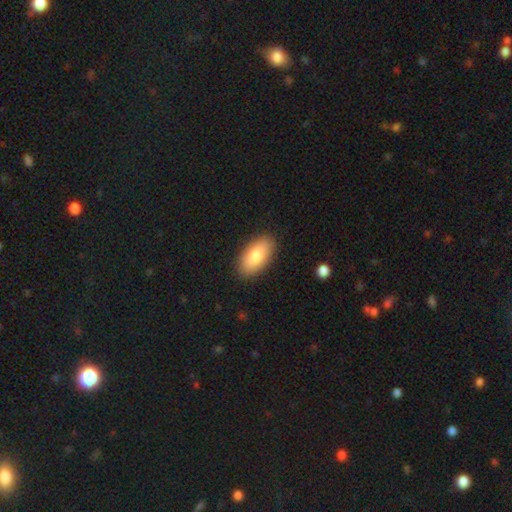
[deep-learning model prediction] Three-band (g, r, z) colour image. It shows a smooth galaxy with no disk features (81%) that is in between round and cigar-shaped (93%). Merging: none (89%).